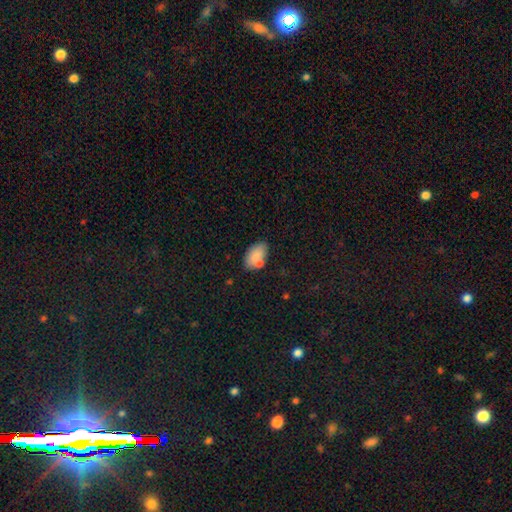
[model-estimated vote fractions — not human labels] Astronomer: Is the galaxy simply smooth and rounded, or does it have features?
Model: smooth — 84%.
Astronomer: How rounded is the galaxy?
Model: in between — 92%.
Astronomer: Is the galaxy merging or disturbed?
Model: none — 64%.